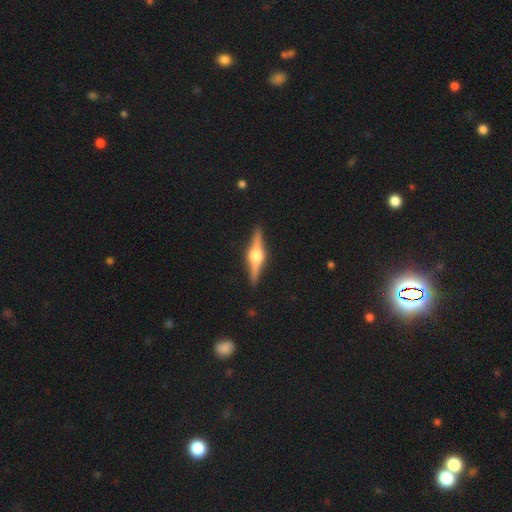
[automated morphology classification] A featured or disk galaxy (82%) viewed edge-on (98%) with a rounded central bulge (95%). Merging: none (91%).